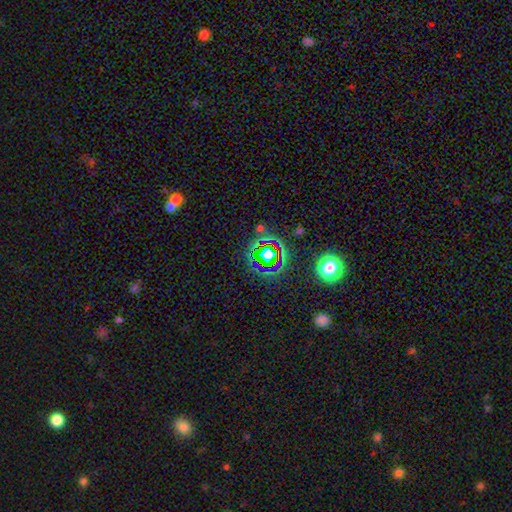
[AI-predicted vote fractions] Smooth or featured? star or artifact (65%)